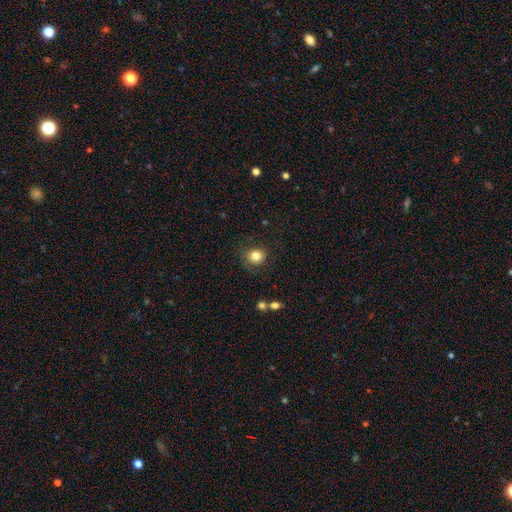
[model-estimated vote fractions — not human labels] This is clearly a smooth galaxy (82%). How rounded: clearly round (85%). Merging: clearly none (84%).